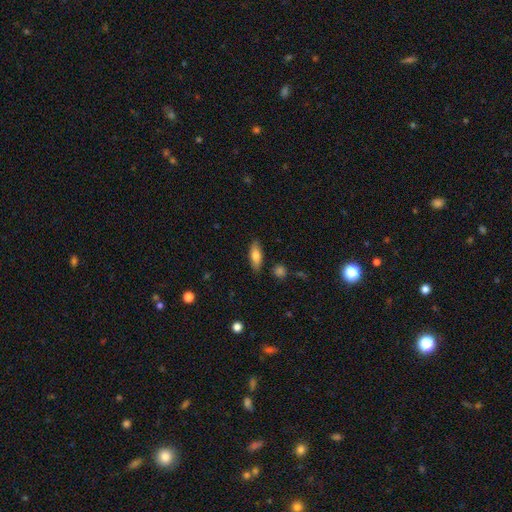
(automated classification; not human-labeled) A smooth galaxy with no disk features (72%) that is in between round and cigar-shaped (65%).

Vote fractions:
- Smooth or featured? smooth: 72% / featured or disk: 21% / star or artifact: 7%
- How rounded? in between: 65% / cigar-shaped: 32% / round: 3%
- Merging? none: 85% / minor disturbance: 11% / major disturbance: 2% / merger: 2%